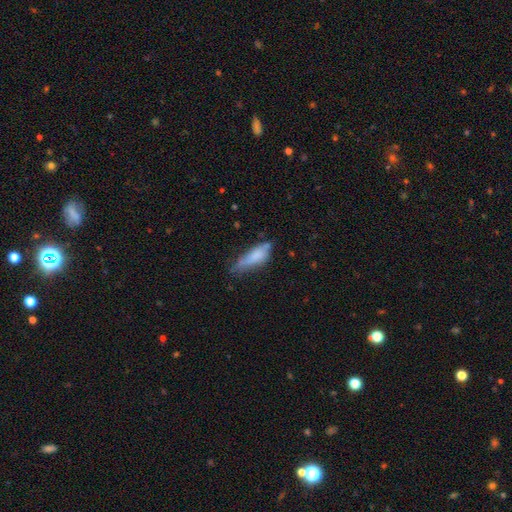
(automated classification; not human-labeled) Q: Smooth or featured?
A: smooth (73%); runner-up: featured or disk (19%)
Q: How rounded?
A: in between (54%); runner-up: cigar-shaped (44%)
Q: Merging?
A: minor disturbance (39%); runner-up: none (37%)